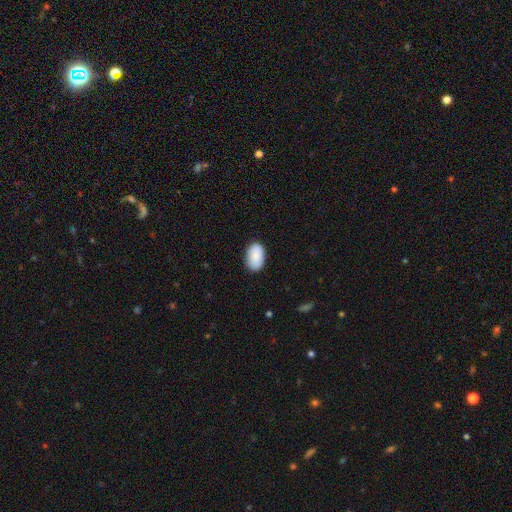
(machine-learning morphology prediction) This is clearly a smooth galaxy (89%). How rounded: clearly in between (92%). Merging: clearly none (85%).